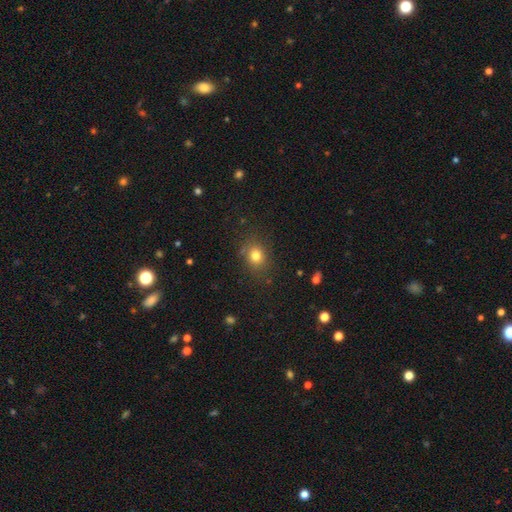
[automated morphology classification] Smooth or featured?
  - smooth: 78% *
  - star or artifact: 14%
  - featured or disk: 8%
How rounded?
  - round: 59% *
  - in between: 40%
  - cigar-shaped: 1%
Merging?
  - none: 82% *
  - minor disturbance: 12%
  - major disturbance: 4%
  - merger: 2%